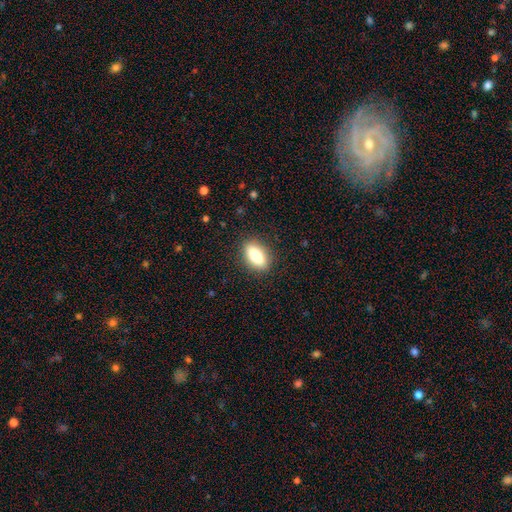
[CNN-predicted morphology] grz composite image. It shows a smooth galaxy with no disk features (82%) that is in between round and cigar-shaped (86%). Merging: none (87%).